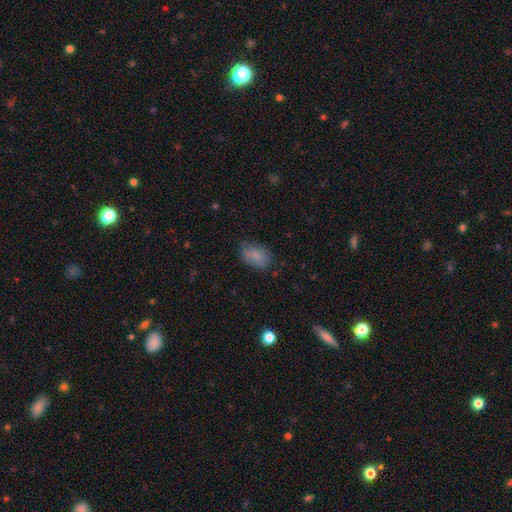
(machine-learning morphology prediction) Smooth or featured: smooth — 81% (featured or disk — 11%)
How rounded: in between — 88% (round — 10%)
Merging: none — 70% (minor disturbance — 22%)